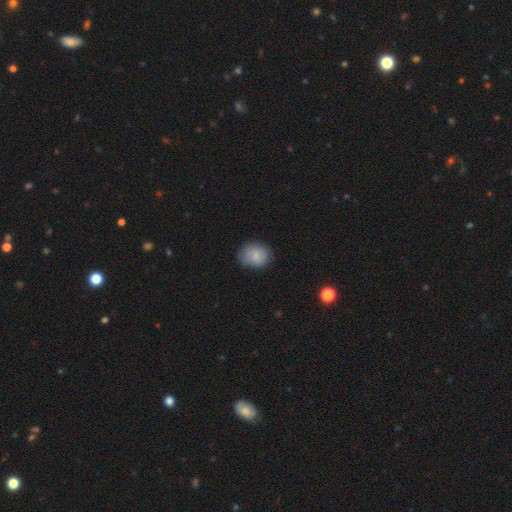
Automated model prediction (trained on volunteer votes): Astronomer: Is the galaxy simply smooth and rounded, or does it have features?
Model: smooth — 82%.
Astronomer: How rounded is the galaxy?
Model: round — 60% (runner-up: in between, 39%).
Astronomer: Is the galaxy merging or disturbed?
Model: none — 78%.